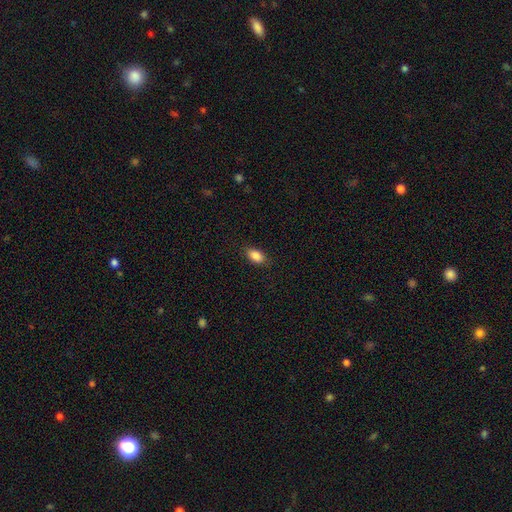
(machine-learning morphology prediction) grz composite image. It shows a smooth galaxy with no disk features (88%) that is in between round and cigar-shaped (90%). Merging: none (86%).